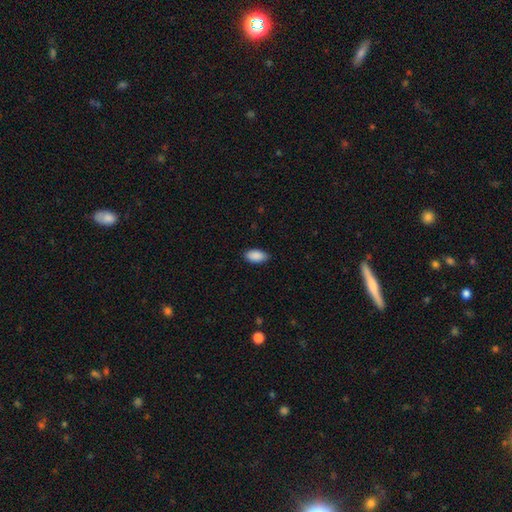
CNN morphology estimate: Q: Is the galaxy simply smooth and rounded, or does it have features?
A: smooth — 90%.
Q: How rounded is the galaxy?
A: in between — 94%.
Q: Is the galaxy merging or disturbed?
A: none — 86%.